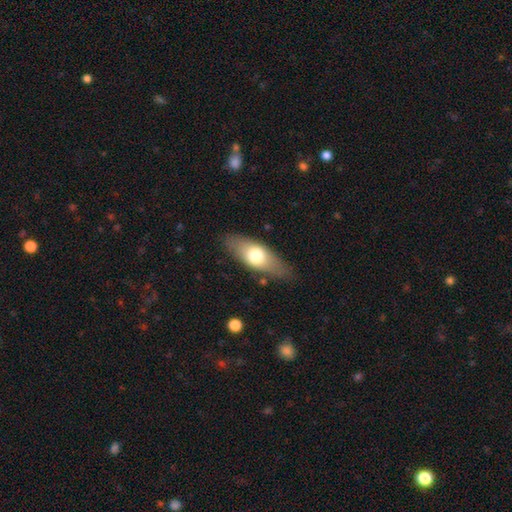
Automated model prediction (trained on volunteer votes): smooth_or_featured: smooth (p=0.64) [alt: featured or disk p=0.30]
how_rounded: in between (p=0.74) [alt: cigar-shaped p=0.22]
merging: none (p=0.78) [alt: minor disturbance p=0.15]